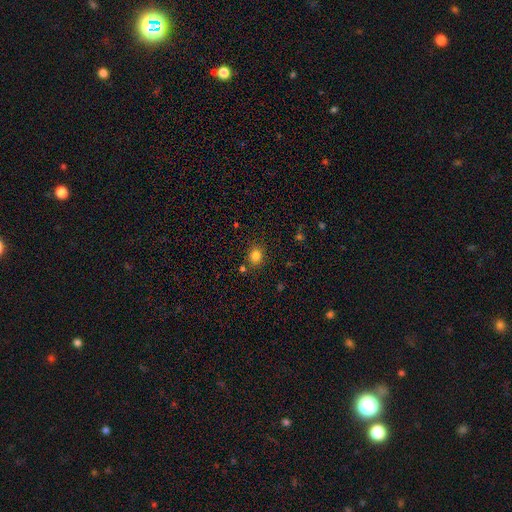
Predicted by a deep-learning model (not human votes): Smooth or featured?
  - smooth: 82% *
  - star or artifact: 12%
  - featured or disk: 6%
How rounded?
  - round: 63% *
  - in between: 36%
  - cigar-shaped: 1%
Merging?
  - none: 83% *
  - minor disturbance: 10%
  - merger: 4%
  - major disturbance: 3%